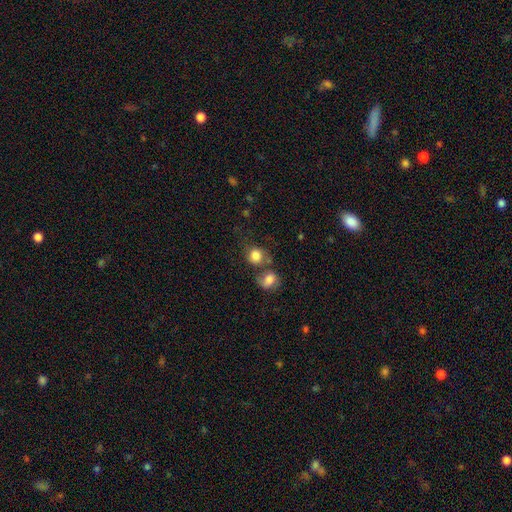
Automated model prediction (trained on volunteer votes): Q: Smooth or featured?
A: smooth (80%); runner-up: featured or disk (11%)
Q: How rounded?
A: round (73%); runner-up: in between (26%)
Q: Merging?
A: none (40%); runner-up: merger (39%)